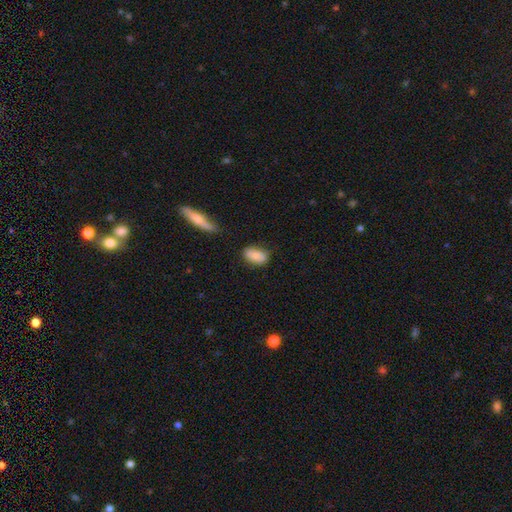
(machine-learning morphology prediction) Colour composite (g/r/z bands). It shows a smooth galaxy with no disk features (82%) that is in between round and cigar-shaped (90%). Merging: none (78%).